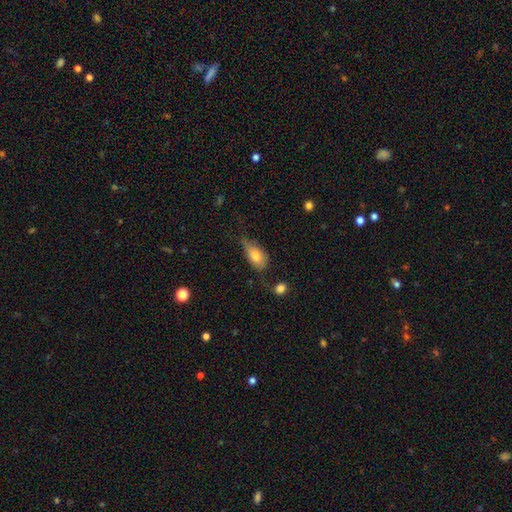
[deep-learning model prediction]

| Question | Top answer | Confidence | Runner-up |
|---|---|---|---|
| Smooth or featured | smooth | 72% | featured or disk (20%) |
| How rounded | in between | 85% | round (10%) |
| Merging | minor disturbance | 39% | none (34%) |